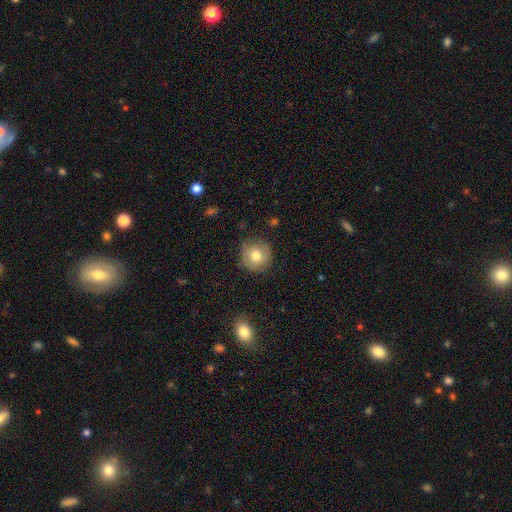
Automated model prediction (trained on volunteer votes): Smooth or featured? Predicted: smooth (p=0.76). How rounded? Predicted: round (p=0.93). Merging? Predicted: none (p=0.82).